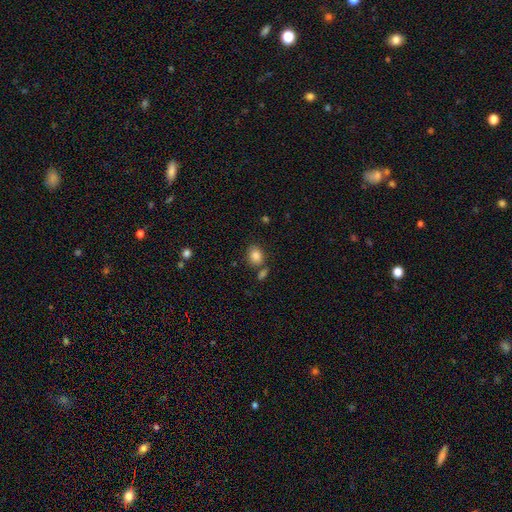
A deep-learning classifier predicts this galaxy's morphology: A smooth galaxy with no disk features (85%) that is in between round and cigar-shaped (58%).

Vote fractions:
- Smooth or featured? smooth: 85% / star or artifact: 9% / featured or disk: 6%
- How rounded? in between: 58% / round: 41% / cigar-shaped: 1%
- Merging? none: 70% / merger: 13% / minor disturbance: 13% / major disturbance: 4%